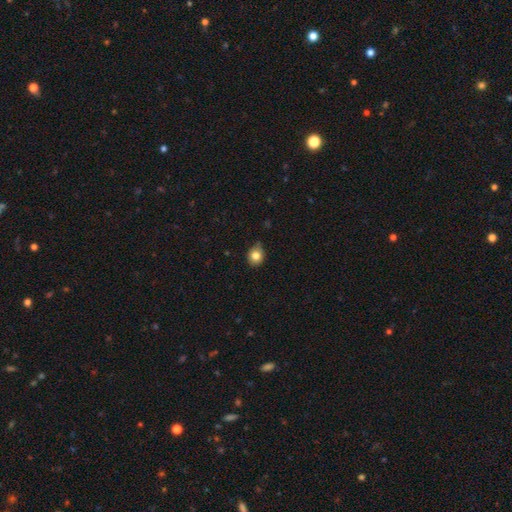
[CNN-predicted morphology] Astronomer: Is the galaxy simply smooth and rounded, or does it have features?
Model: smooth — 81%.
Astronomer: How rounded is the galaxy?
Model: round — 66%.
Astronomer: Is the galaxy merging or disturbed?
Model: none — 67%.